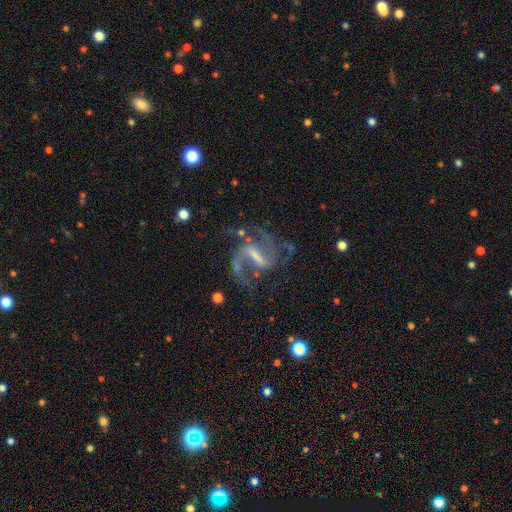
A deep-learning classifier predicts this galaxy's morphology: type=featured or disk (89%); edge-on=no (97%); bar=strong (54%); spiral arms=yes (96%); winding=medium (54%); arm count=2 (79%); bulge=small (37%); merging=none (62%).